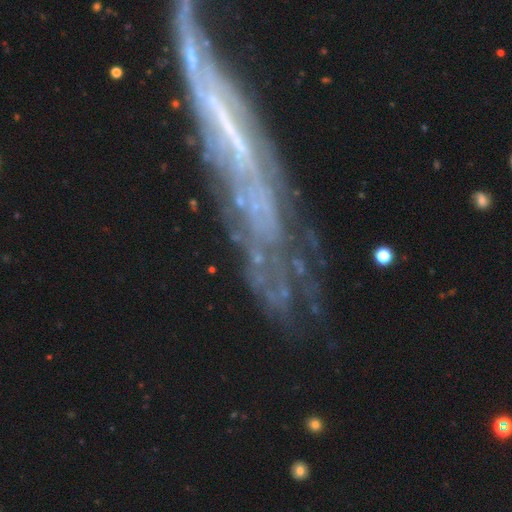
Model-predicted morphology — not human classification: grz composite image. It shows a featured or disk galaxy (75%). Merging: none (58%).